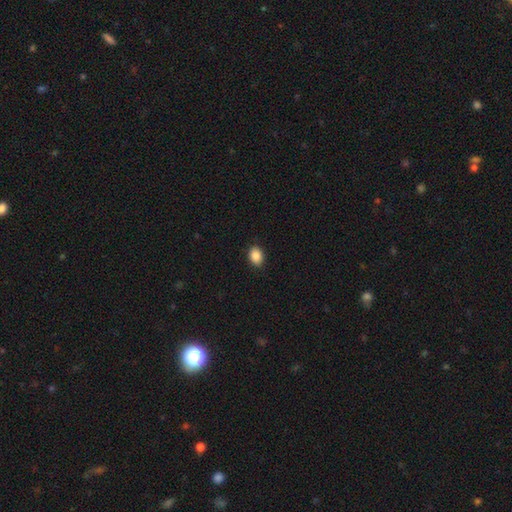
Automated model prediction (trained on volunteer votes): A smooth galaxy with no disk features (88%) that is in between round and cigar-shaped (71%).

Vote fractions:
- Smooth or featured? smooth: 88% / star or artifact: 8% / featured or disk: 4%
- How rounded? in between: 71% / round: 28% / cigar-shaped: 1%
- Merging? none: 89% / minor disturbance: 8% / major disturbance: 2% / merger: 1%